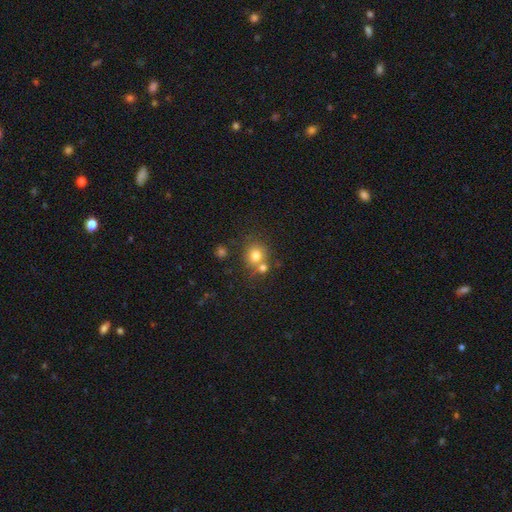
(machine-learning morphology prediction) smooth_or_featured: smooth (p=0.77) [alt: star or artifact p=0.13]
how_rounded: round (p=0.84) [alt: in between p=0.15]
merging: none (p=0.59) [alt: merger p=0.28]